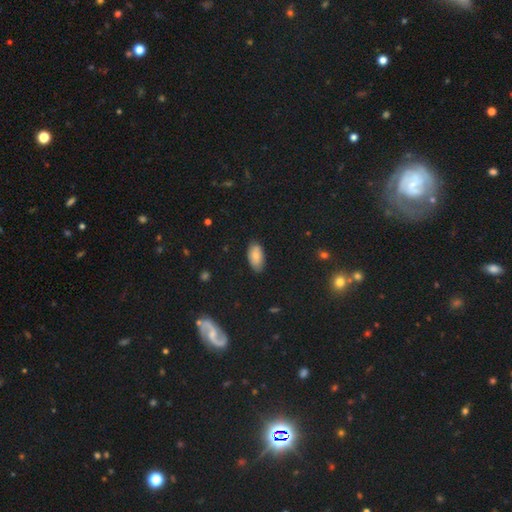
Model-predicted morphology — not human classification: This is clearly a smooth galaxy (81%). How rounded: clearly in between (94%). Merging: clearly none (82%).